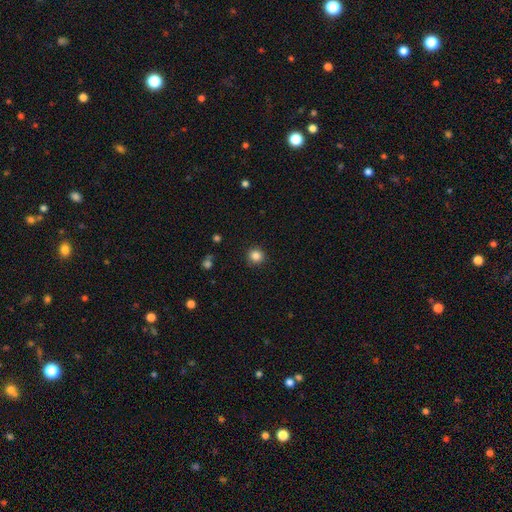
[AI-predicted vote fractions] smooth-or-featured: smooth: 85% | star or artifact: 12% | featured or disk: 4%
  how-rounded: round: 93% | in between: 6% | cigar-shaped: 1%
  merging: none: 90% | minor disturbance: 6% | major disturbance: 2% | merger: 1%